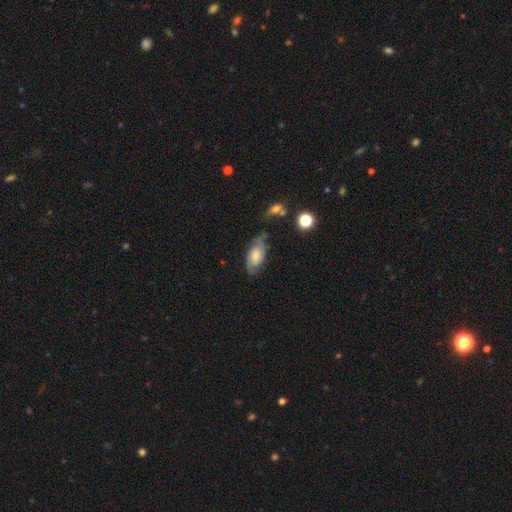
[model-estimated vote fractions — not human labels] featured or disk 52%, smooth 41%, star or artifact 8%. Down the decision tree: edge-on disk — no (91%); merging — none (63%).